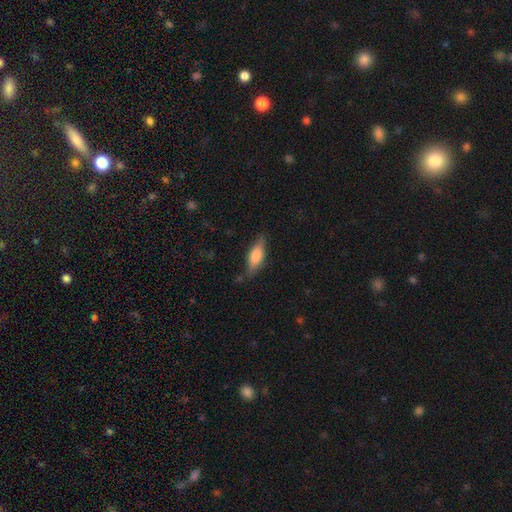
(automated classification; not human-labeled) smooth-or-featured: smooth: 69% | featured or disk: 25% | star or artifact: 6%
  how-rounded: in between: 65% | cigar-shaped: 33% | round: 3%
  merging: none: 75% | minor disturbance: 19% | major disturbance: 4% | merger: 2%